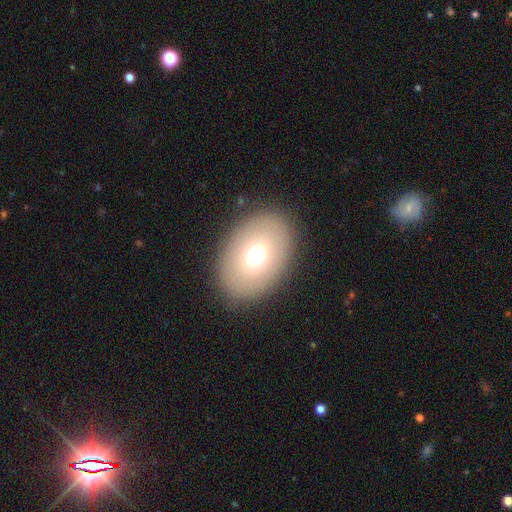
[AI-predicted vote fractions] Smooth or featured?
  - smooth: 66% *
  - featured or disk: 22%
  - star or artifact: 13%
How rounded?
  - in between: 71% *
  - round: 27%
  - cigar-shaped: 1%
Merging?
  - none: 85% *
  - minor disturbance: 8%
  - major disturbance: 5%
  - merger: 2%